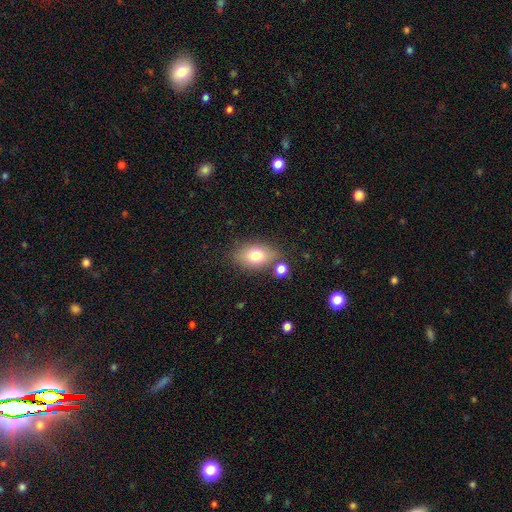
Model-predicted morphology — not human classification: A smooth galaxy with no disk features (76%) that is in between round and cigar-shaped (83%). Merging: none (74%).